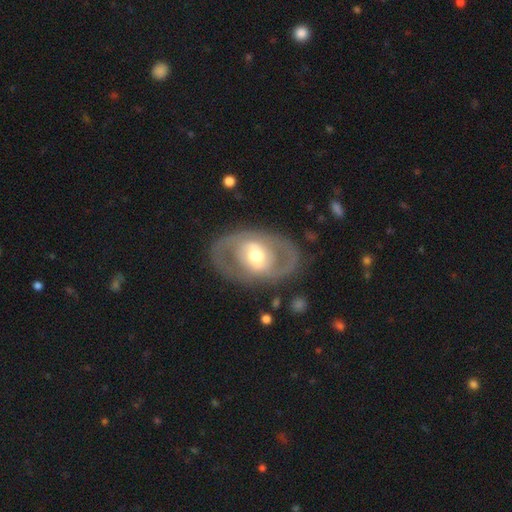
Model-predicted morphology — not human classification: This is likely a featured or disk galaxy (71%). It is clearly not viewed edge-on (93%). Bar: marginally no (38%). Spiral arm pattern: possibly no (51%). Central bulge: likely moderate (66%). Merging: likely none (79%).